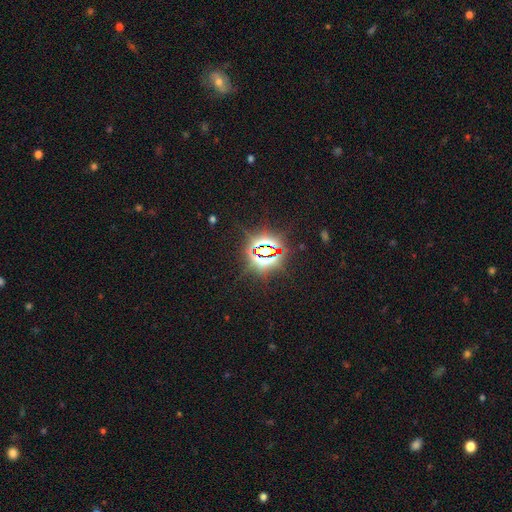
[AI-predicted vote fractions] Smooth or featured? star or artifact (83%)